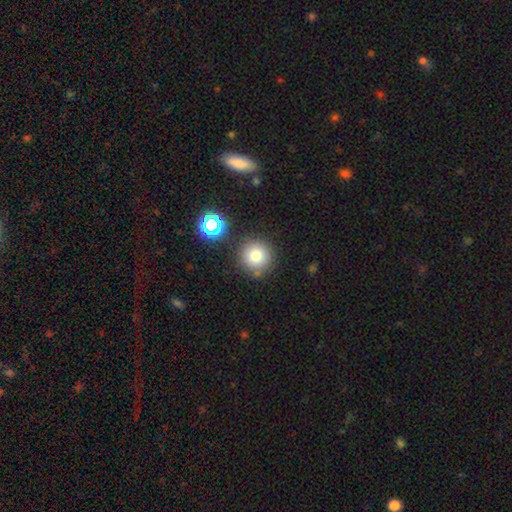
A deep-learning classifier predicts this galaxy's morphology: Smooth or featured: smooth — 78% (star or artifact — 14%)
How rounded: round — 95% (in between — 4%)
Merging: none — 82% (minor disturbance — 9%)